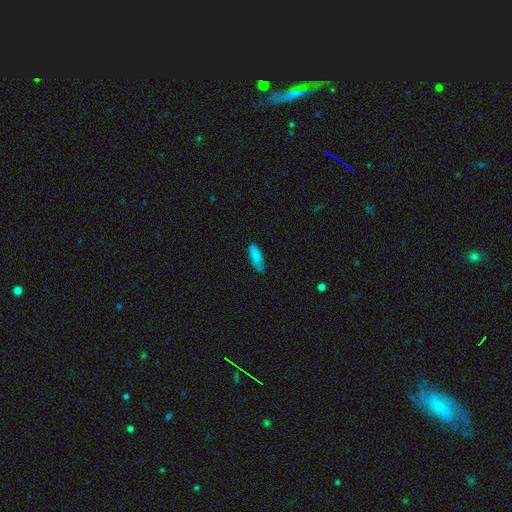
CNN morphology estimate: This appears to be a smooth galaxy with no disk features (83%) that is in between round and cigar-shaped (59%). Merging: none (72%).